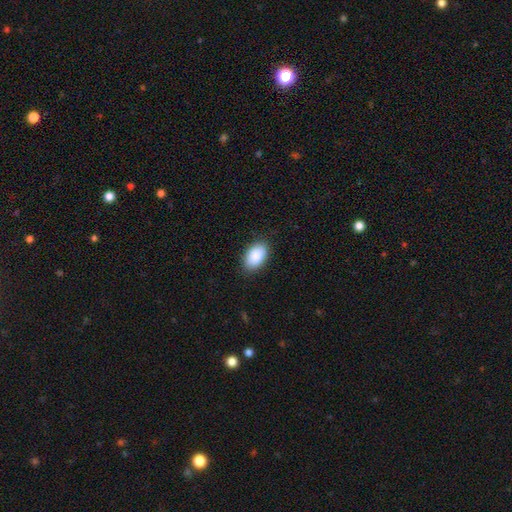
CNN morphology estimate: This is clearly a smooth galaxy (90%). How rounded: clearly in between (93%). Merging: clearly none (87%).